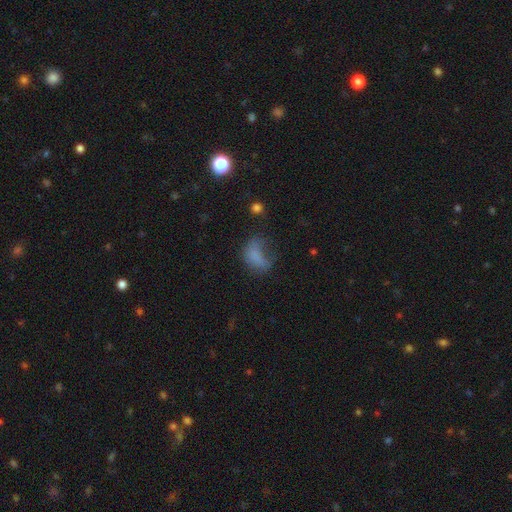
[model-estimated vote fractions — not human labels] Q: Smooth or featured?
A: smooth (66%); runner-up: featured or disk (18%)
Q: How rounded?
A: in between (83%); runner-up: round (13%)
Q: Merging?
A: major disturbance (44%); runner-up: none (27%)